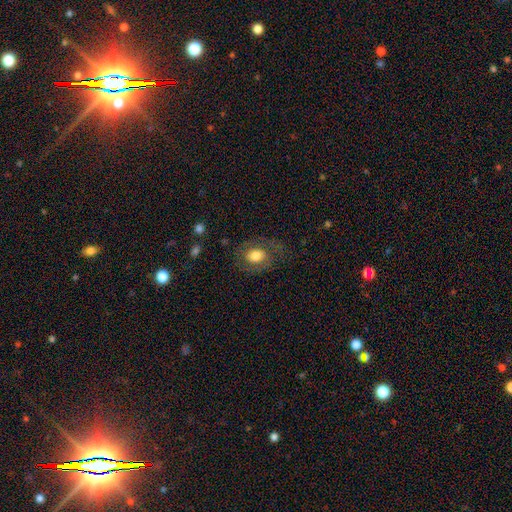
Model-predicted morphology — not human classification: Smooth or featured? Predicted: smooth (p=0.64). How rounded? Predicted: in between (p=0.62). Merging? Predicted: none (p=0.69).